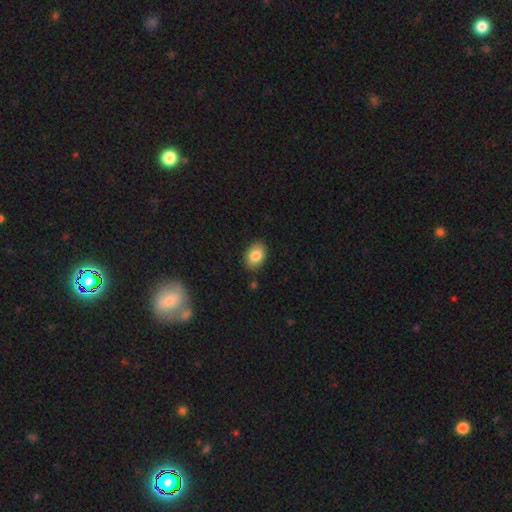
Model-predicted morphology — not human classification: Smooth or featured? Predicted: smooth (p=0.84). How rounded? Predicted: in between (p=0.84). Merging? Predicted: none (p=0.86).